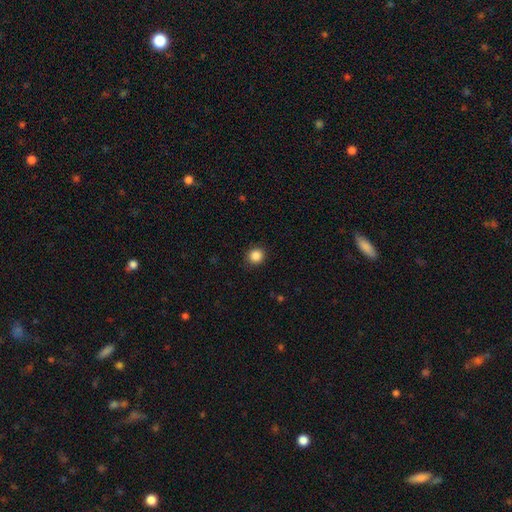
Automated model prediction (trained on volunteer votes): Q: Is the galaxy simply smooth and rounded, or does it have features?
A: smooth — 87%.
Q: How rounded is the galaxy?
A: round — 89%.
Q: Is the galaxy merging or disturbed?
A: none — 91%.